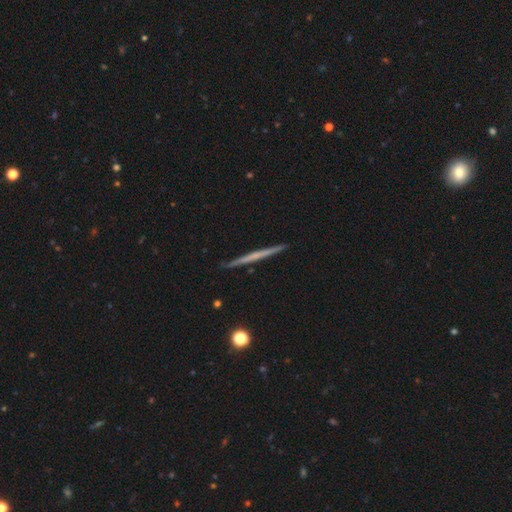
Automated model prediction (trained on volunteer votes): Smooth or featured: featured or disk — 57% (smooth — 37%)
Edge-on disk: yes — 98% (no — 2%)
Edge-on bulge: none — 87% (rounded — 9%)
Merging: none — 92% (minor disturbance — 6%)